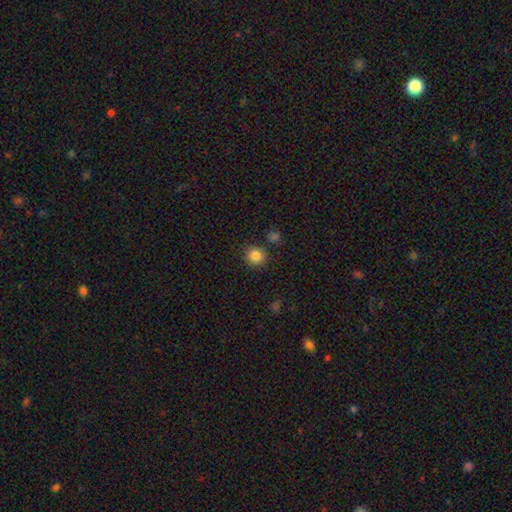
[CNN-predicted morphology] smooth 85%, star or artifact 11%, featured or disk 4%. Down the decision tree: how rounded — round (91%); merging — none (86%).